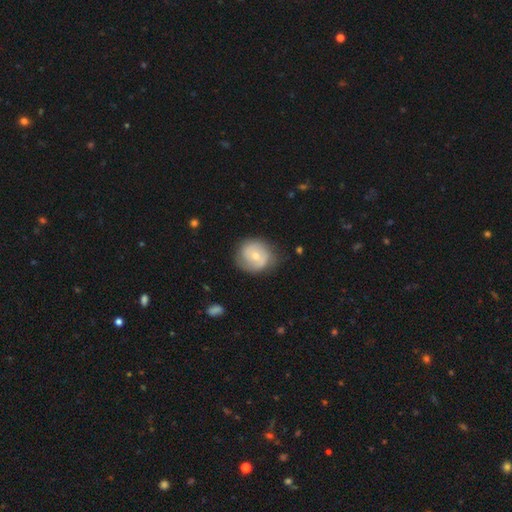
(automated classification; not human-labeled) smooth_or_featured: smooth (p=0.47) [tied with: featured or disk p=0.47]
merging: none (p=0.72) [alt: minor disturbance p=0.20]